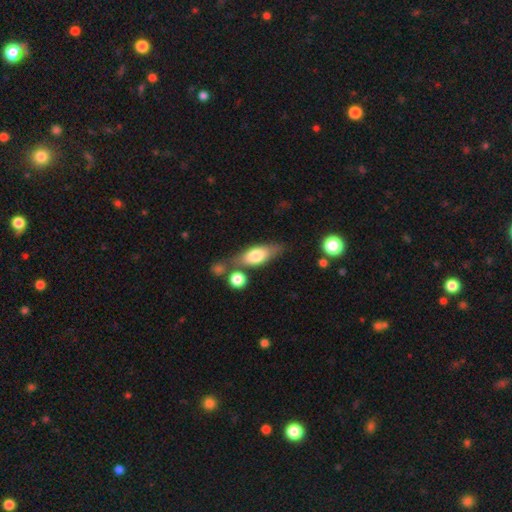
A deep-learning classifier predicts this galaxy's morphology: Overall: smooth (66%; featured or disk 28%). How rounded: in between (70%). Merging: none (58%).